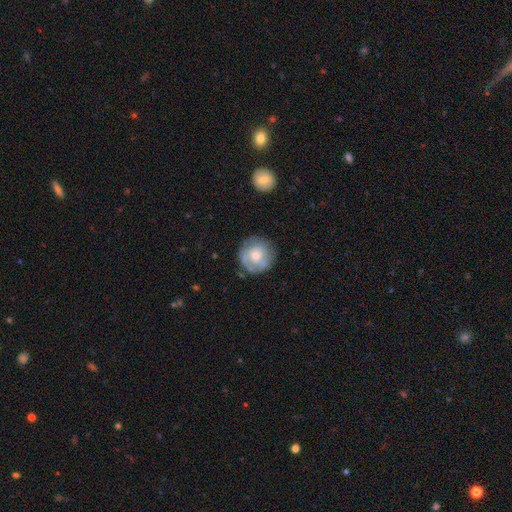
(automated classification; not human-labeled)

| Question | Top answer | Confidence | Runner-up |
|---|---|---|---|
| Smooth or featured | featured or disk | 49% | smooth (45%) |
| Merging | none | 73% | minor disturbance (18%) |